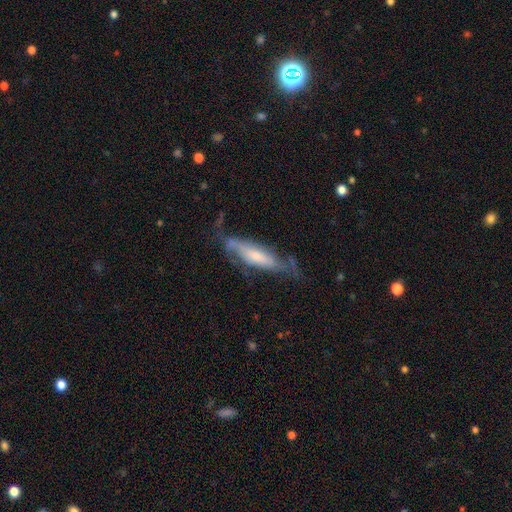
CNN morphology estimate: The model was most divided on "edge-on disk": no: 53%, yes: 47%. More confident: smooth or featured — featured or disk (59%); merging — none (55%).